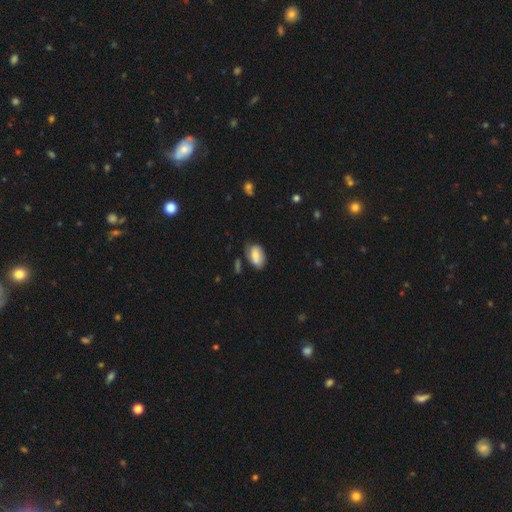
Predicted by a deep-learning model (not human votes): Smooth or featured: smooth — 76% (featured or disk — 17%)
How rounded: in between — 91% (round — 7%)
Merging: none — 63% (minor disturbance — 26%)